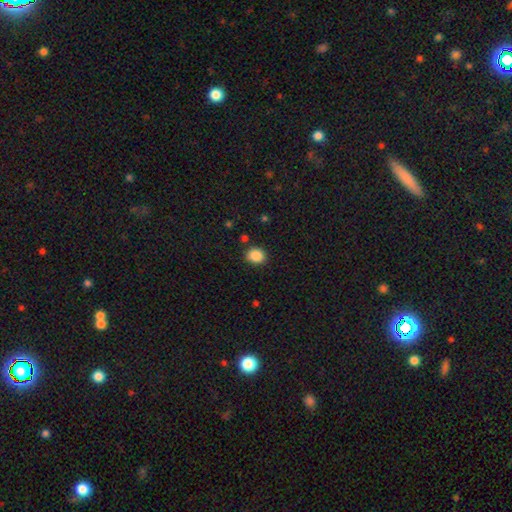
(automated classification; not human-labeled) Smooth or featured? Predicted: smooth (p=0.88). How rounded? Predicted: round (p=0.66). Merging? Predicted: none (p=0.84).